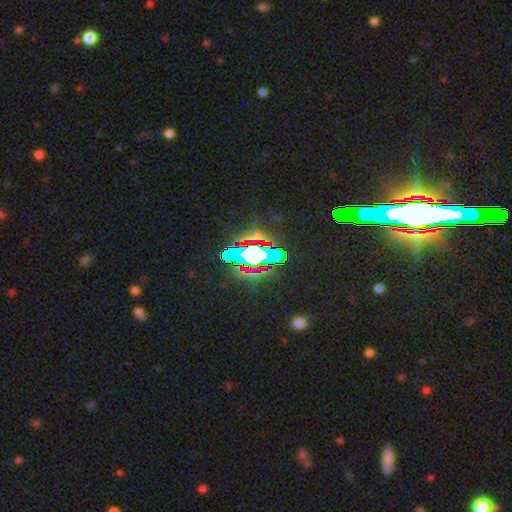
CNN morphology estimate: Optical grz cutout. It shows a star or artifact, not a galaxy (64%).